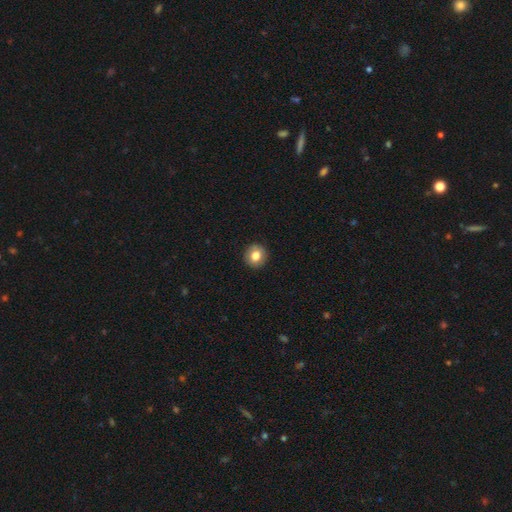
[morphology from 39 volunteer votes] Smooth or featured? smooth (72%)
How rounded? round (93%)
Merging? none (91%)